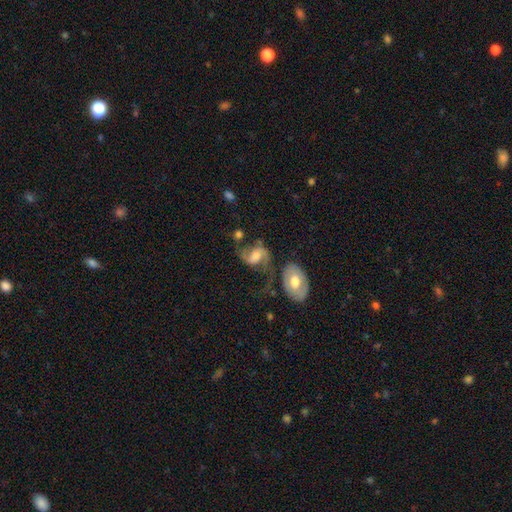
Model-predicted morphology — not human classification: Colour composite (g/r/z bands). It shows a featured or disk galaxy (80%) with a weak bar (49%), 2 (90%) loose (54%) spiral arms (94%) and a moderate central bulge (47%). Merging: none (43%).